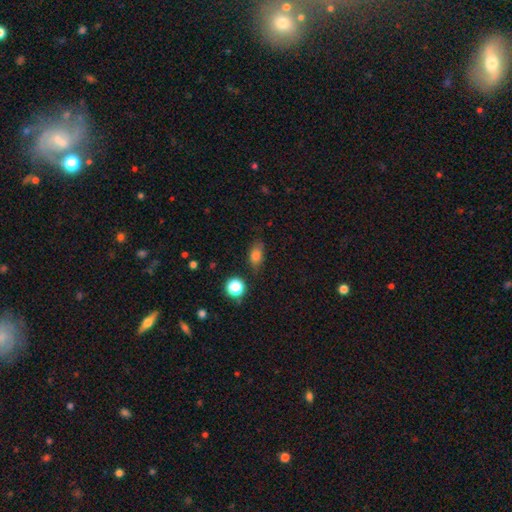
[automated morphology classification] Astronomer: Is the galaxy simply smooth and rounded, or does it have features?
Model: smooth — 79%.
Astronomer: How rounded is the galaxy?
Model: in between — 79%.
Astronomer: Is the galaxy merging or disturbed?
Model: none — 72%.